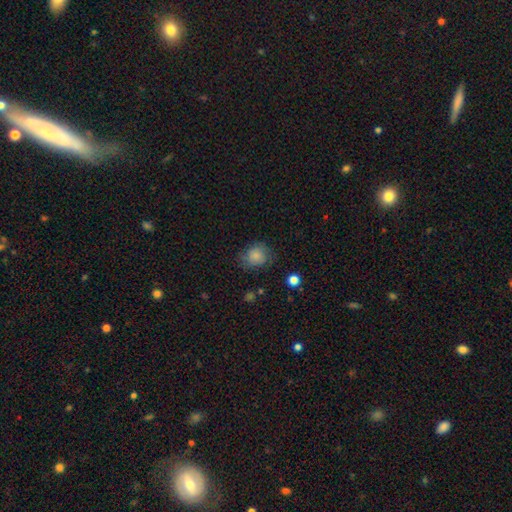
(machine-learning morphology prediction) This is likely a smooth galaxy (80%). How rounded: likely round (69%). Merging: likely none (70%).